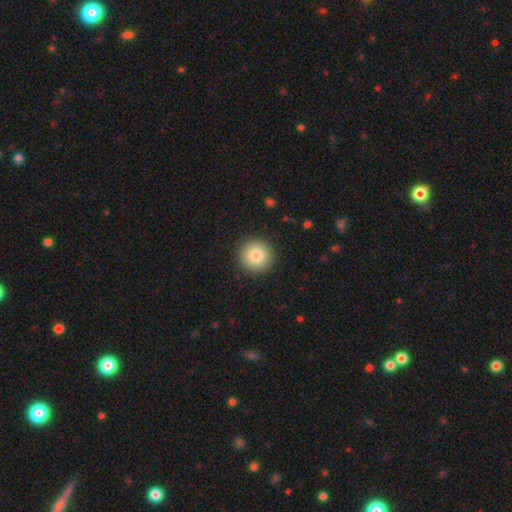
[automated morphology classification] smooth_or_featured: smooth (p=0.84) [alt: star or artifact p=0.08]
how_rounded: round (p=0.95) [alt: in between p=0.04]
merging: none (p=0.92) [alt: minor disturbance p=0.06]